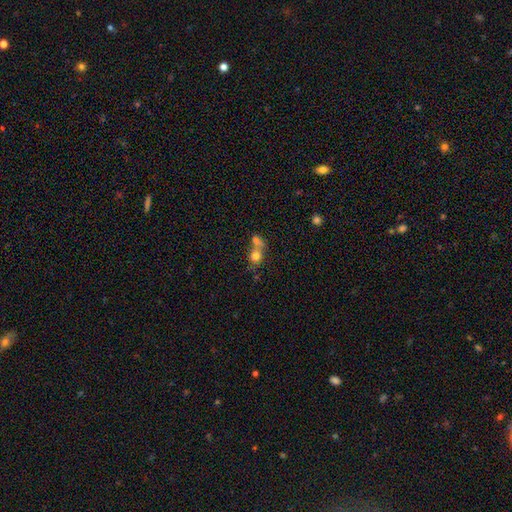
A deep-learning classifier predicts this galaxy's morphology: Overall: smooth (76%). How rounded: round (72%). Merging: merger (55%; none 31%).